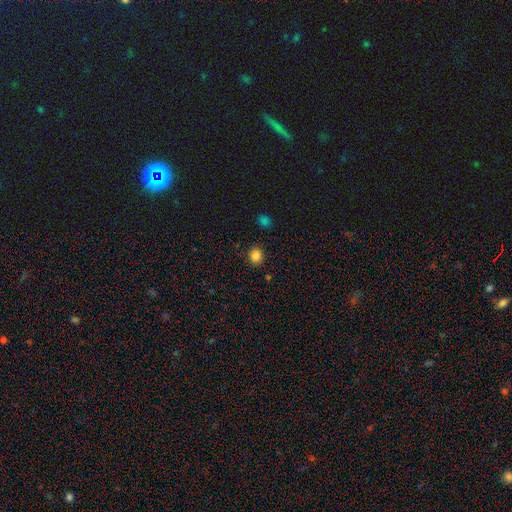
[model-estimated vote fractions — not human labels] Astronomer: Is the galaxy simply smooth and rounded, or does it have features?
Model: smooth — 83%.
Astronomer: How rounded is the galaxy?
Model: round — 77%.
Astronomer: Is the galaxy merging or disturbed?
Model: none — 88%.